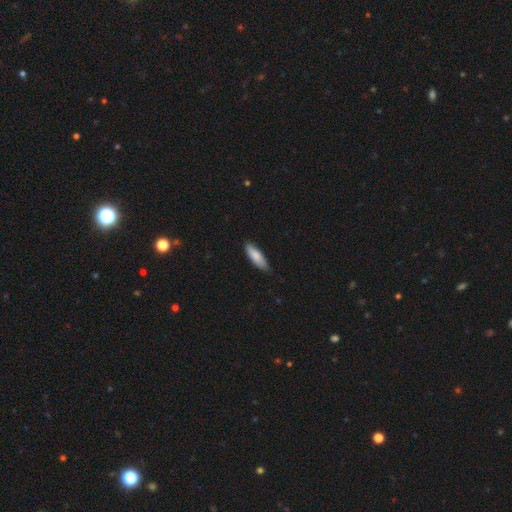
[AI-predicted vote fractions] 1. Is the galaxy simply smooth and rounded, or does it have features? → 85% smooth, 10% featured or disk, 5% star or artifact.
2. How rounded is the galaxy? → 54% in between, 44% cigar-shaped, 2% round.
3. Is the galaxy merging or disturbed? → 81% none, 16% minor disturbance, 2% major disturbance, 1% merger.